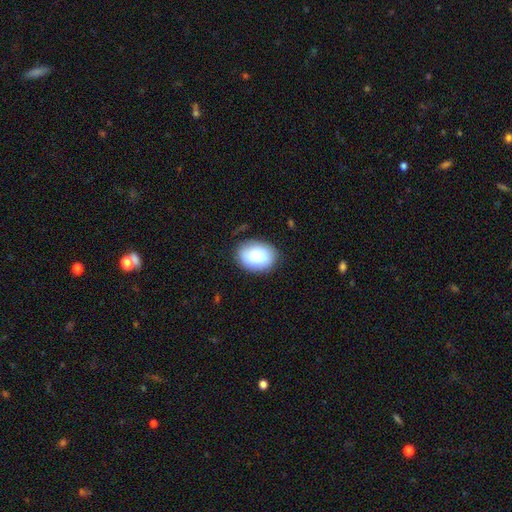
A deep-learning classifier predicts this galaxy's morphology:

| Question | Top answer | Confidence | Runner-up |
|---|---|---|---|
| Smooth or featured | smooth | 81% | featured or disk (12%) |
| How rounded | in between | 73% | round (26%) |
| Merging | none | 82% | minor disturbance (13%) |